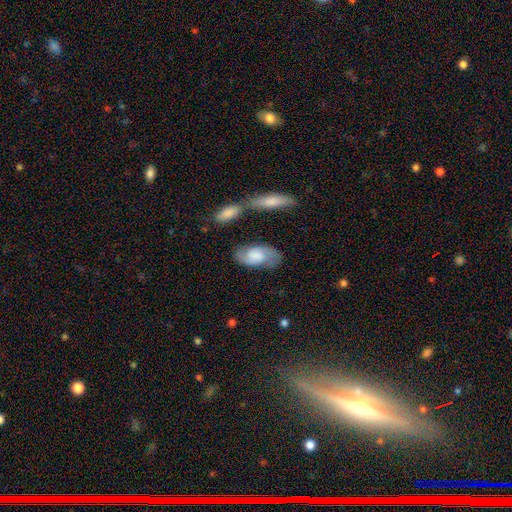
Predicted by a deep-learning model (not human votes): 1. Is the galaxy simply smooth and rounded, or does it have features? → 54% featured or disk, 40% smooth, 7% star or artifact.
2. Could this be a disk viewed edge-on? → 93% no, 7% yes.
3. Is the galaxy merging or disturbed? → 67% none, 19% minor disturbance, 7% merger, 6% major disturbance.